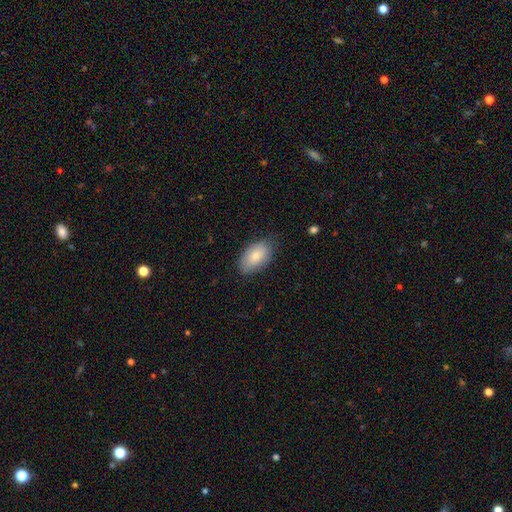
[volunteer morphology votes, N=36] Smooth or featured? smooth (78%)
How rounded? in between (89%)
Merging? none (59%)